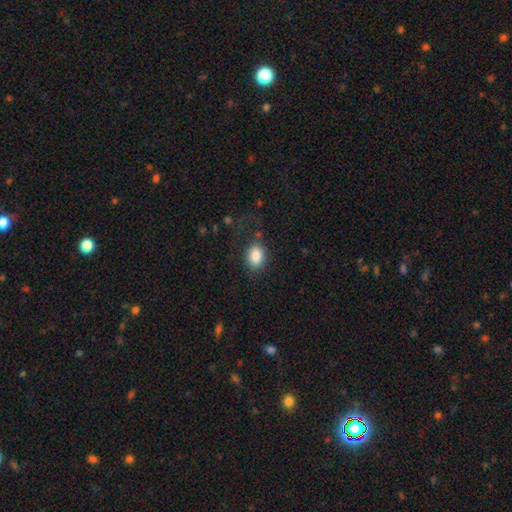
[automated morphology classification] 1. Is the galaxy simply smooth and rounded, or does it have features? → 86% smooth, 8% star or artifact, 6% featured or disk.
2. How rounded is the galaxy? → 71% in between, 28% round, 1% cigar-shaped.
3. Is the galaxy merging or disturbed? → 73% none, 15% minor disturbance, 10% major disturbance, 2% merger.